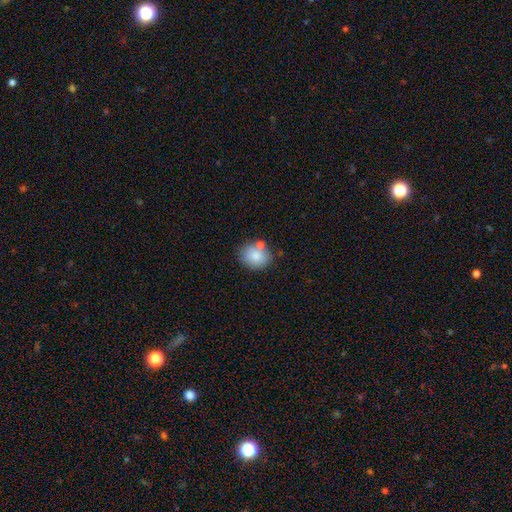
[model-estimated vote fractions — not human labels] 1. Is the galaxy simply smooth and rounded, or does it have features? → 81% smooth, 10% featured or disk, 8% star or artifact.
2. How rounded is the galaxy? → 60% round, 39% in between, 1% cigar-shaped.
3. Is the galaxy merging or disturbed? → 69% none, 14% minor disturbance, 14% merger, 4% major disturbance.